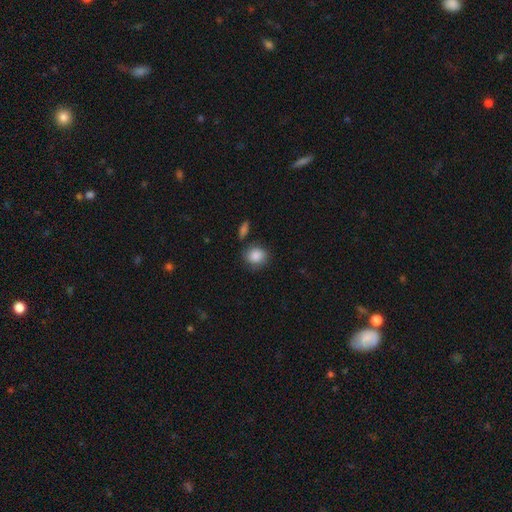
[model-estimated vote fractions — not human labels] A smooth galaxy with no disk features (87%) that is round (69%). Merging: none (72%).